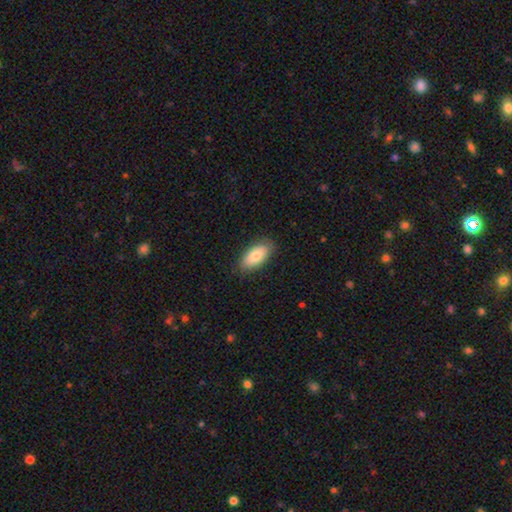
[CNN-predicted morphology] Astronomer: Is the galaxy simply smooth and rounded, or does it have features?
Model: smooth — 81%.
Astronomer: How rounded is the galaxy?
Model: in between — 91%.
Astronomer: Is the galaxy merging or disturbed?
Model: none — 85%.